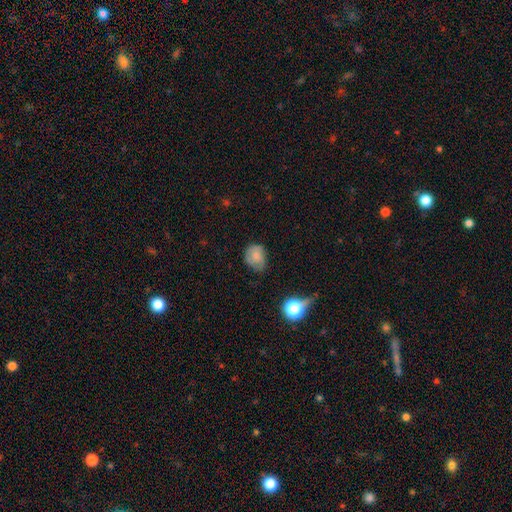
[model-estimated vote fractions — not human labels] This appears to be a smooth galaxy with no disk features (65%) that is round (53%). Merging: none (59%).